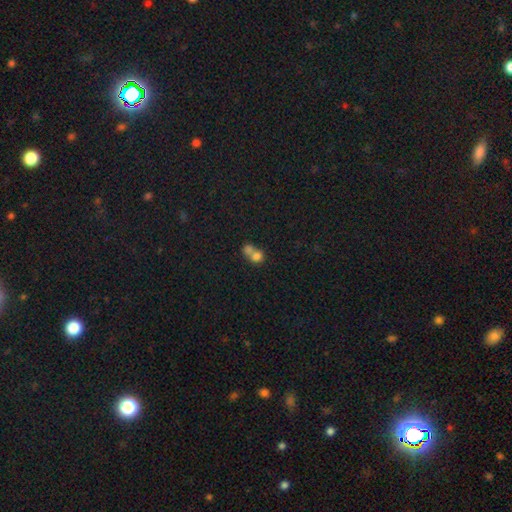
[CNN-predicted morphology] smooth 74%, featured or disk 15%, star or artifact 11%. Down the decision tree: how rounded — round (66%); merging — merger (70%).